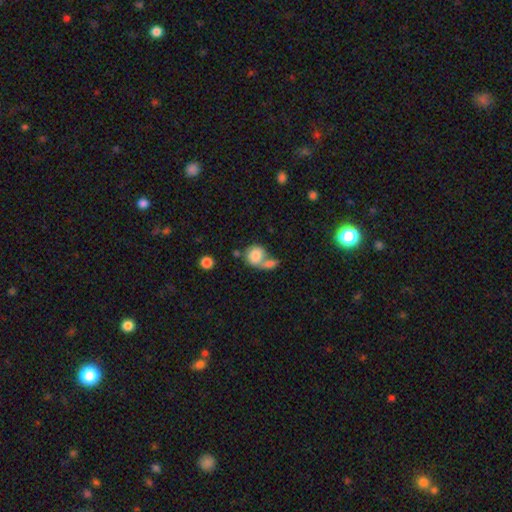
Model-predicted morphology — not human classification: Smooth or featured?
  - smooth: 81% *
  - featured or disk: 11%
  - star or artifact: 8%
How rounded?
  - round: 73% *
  - in between: 25%
  - cigar-shaped: 1%
Merging?
  - merger: 56% *
  - none: 29%
  - minor disturbance: 9%
  - major disturbance: 6%